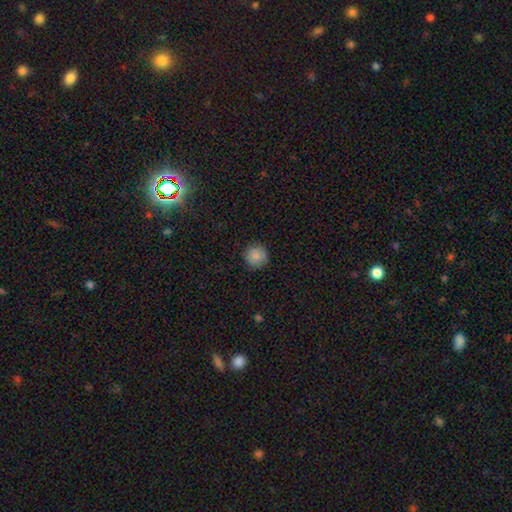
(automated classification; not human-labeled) Overall: smooth (86%). How rounded: round (94%). Merging: none (86%).